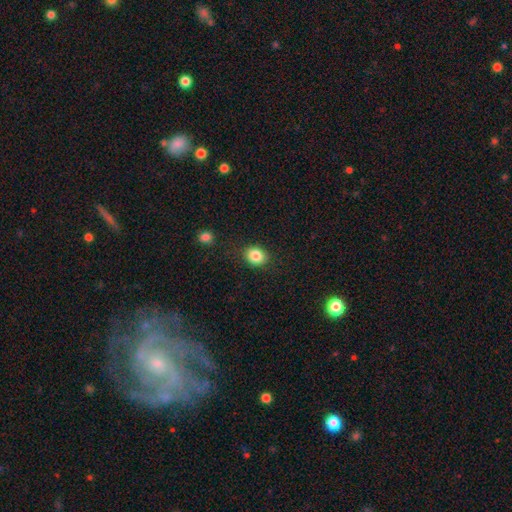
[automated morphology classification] type=smooth (84%); roundness=round (59%); merging=none (84%).